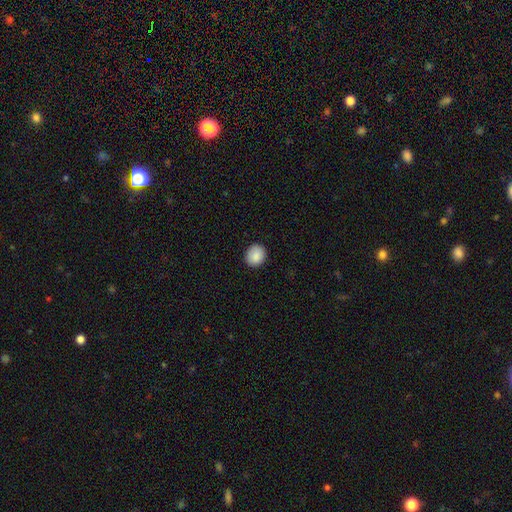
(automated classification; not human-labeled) A smooth galaxy with no disk features (89%) that is round (77%). Merging: none (89%).